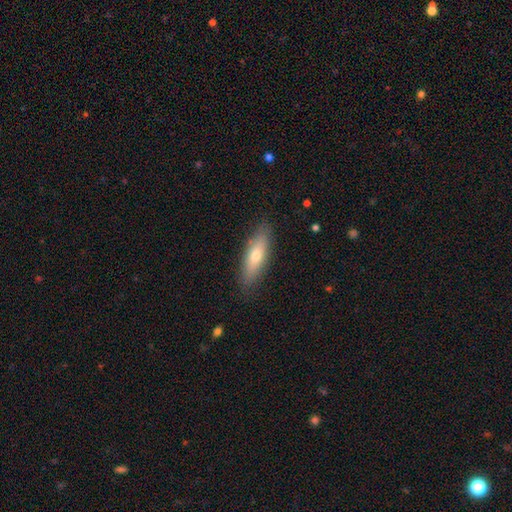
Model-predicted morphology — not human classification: Smooth or featured? Predicted: smooth (p=0.65). How rounded? Predicted: in between (p=0.49, tied with cigar-shaped). Merging? Predicted: none (p=0.86).